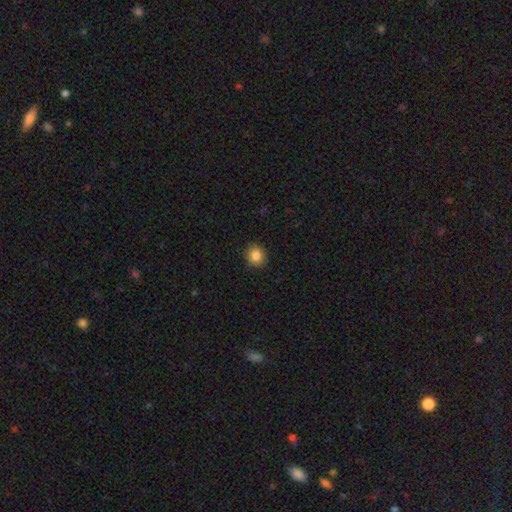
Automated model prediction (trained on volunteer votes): The model was most divided on "how rounded": round: 78%, in between: 21%, cigar-shaped: 1%. More confident: merging — none (89%); smooth or featured — smooth (86%).